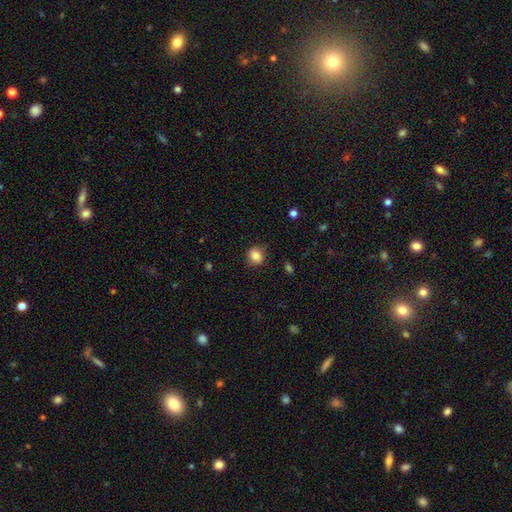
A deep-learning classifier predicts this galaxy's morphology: Q: Smooth or featured?
A: smooth (86%); runner-up: star or artifact (10%)
Q: How rounded?
A: round (81%); runner-up: in between (18%)
Q: Merging?
A: none (84%); runner-up: minor disturbance (12%)